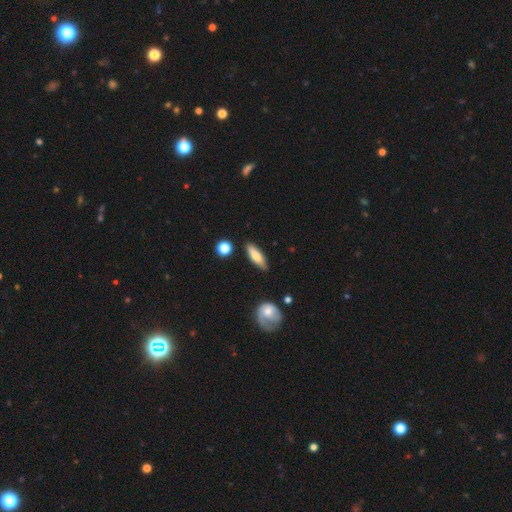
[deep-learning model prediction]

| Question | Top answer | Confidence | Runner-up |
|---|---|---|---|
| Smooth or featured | smooth | 74% | featured or disk (19%) |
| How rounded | in between | 49% | cigar-shaped (48%) |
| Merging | none | 83% | minor disturbance (12%) |